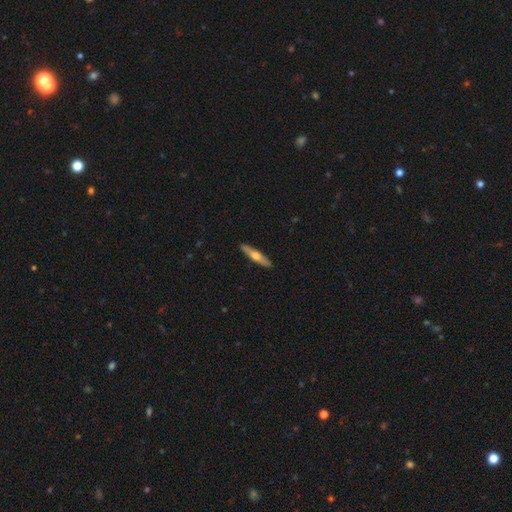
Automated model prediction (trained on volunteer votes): Smooth or featured? Predicted: featured or disk (p=0.49). Merging? Predicted: none (p=0.91).